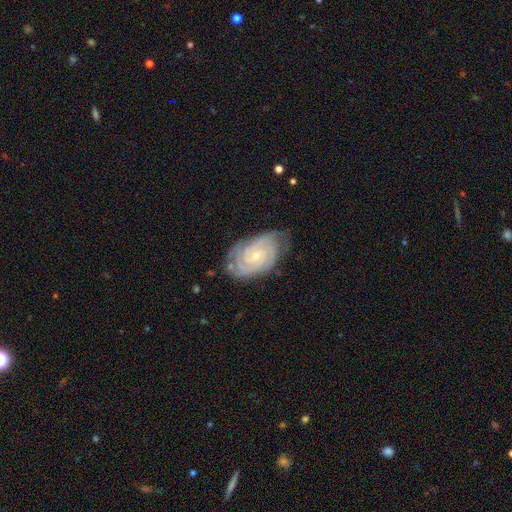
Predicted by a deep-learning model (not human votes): The model was most divided on "spiral arm count": 2: 32%, can't tell: 24%, 3: 22%, 4: 12%, more than 4: 5%, 1: 5%. More confident: spiral arms — yes (97%); edge-on disk — no (97%); smooth or featured — featured or disk (85%); spiral winding — tight (76%); bulge size — small (73%); merging — none (71%); bar — no (67%).